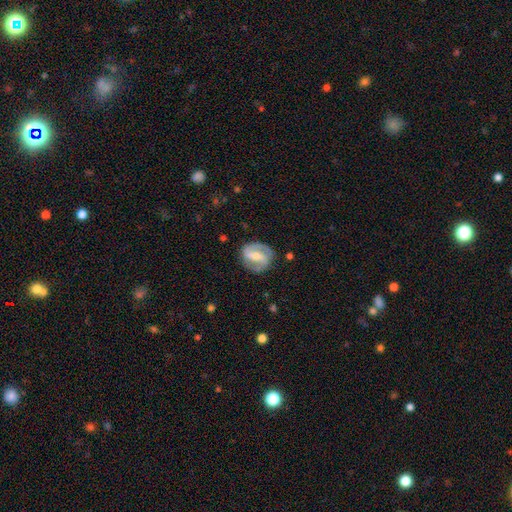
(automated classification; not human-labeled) smooth_or_featured: featured or disk (p=0.79) [alt: smooth p=0.16]
disk_edge_on: no (p=0.97) [alt: yes p=0.03]
bar: strong (p=0.50) [alt: weak p=0.35]
has_spiral_arms: yes (p=0.89) [alt: no p=0.11]
spiral_winding: medium (p=0.46) [alt: tight p=0.35]
spiral_arm_count: 2 (p=0.86) [alt: can't tell p=0.06]
bulge_size: moderate (p=0.46) [alt: small p=0.44]
merging: none (p=0.79) [alt: minor disturbance p=0.14]